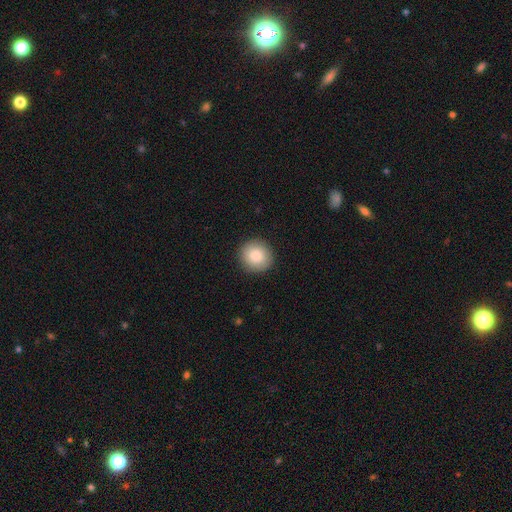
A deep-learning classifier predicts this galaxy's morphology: Smooth or featured: smooth — 86% (star or artifact — 7%)
How rounded: round — 92% (in between — 7%)
Merging: none — 91% (minor disturbance — 6%)